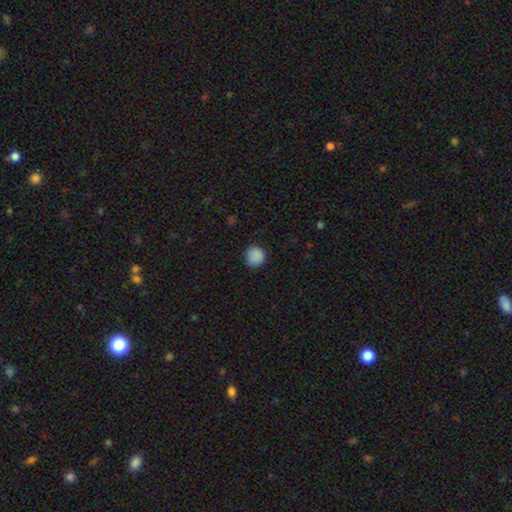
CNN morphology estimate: The model was most divided on "merging": none: 79%, minor disturbance: 17%, major disturbance: 3%, merger: 1%. More confident: smooth or featured — smooth (86%); how rounded — round (86%).